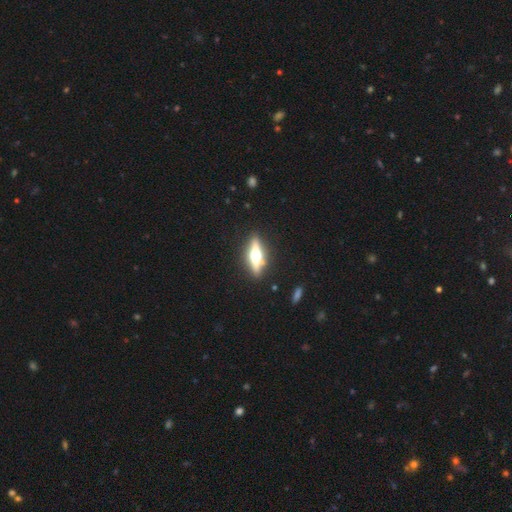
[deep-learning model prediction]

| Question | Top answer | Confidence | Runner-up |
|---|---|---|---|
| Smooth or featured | featured or disk | 70% | smooth (24%) |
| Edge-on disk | yes | 95% | no (5%) |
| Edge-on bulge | rounded | 95% | boxy (3%) |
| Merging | none | 87% | minor disturbance (8%) |